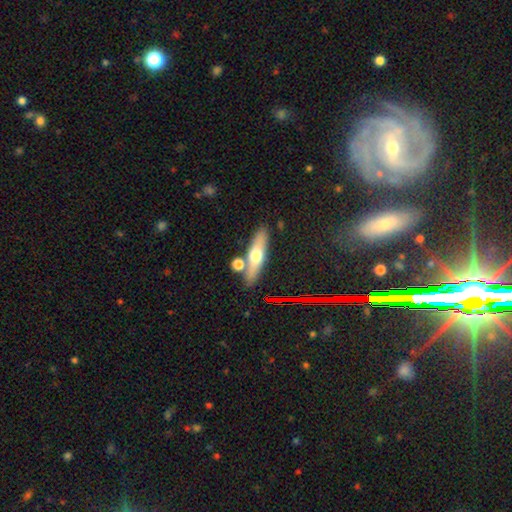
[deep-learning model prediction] A smooth galaxy with no disk features (51%) that is cigar-shaped (67%). Merging: none (78%).